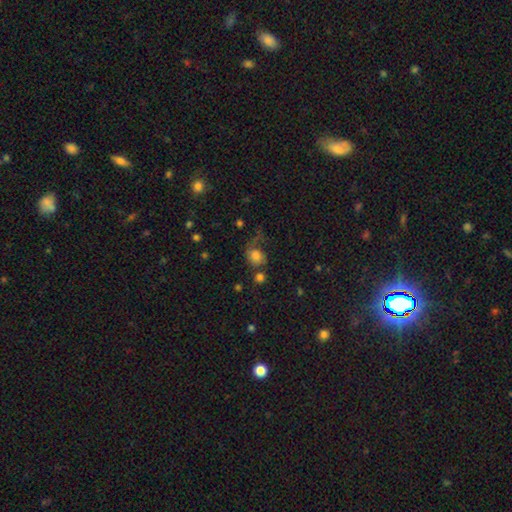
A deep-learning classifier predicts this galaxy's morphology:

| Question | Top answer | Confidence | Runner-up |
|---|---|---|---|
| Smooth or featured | smooth | 68% | featured or disk (20%) |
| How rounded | round | 64% | in between (35%) |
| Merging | none | 35% | major disturbance (32%) |